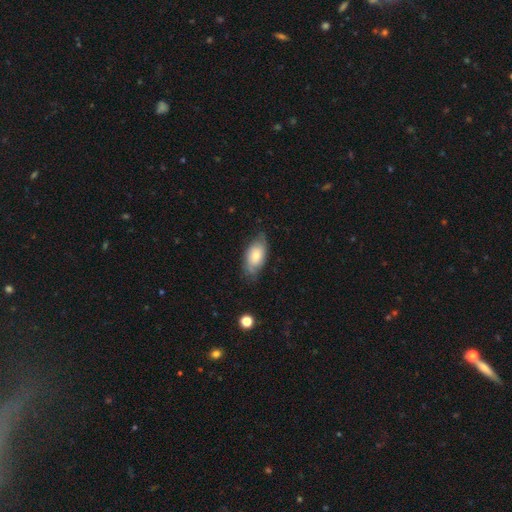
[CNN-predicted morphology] smooth-or-featured: smooth: 63% | featured or disk: 30% | star or artifact: 7%
  how-rounded: in between: 91% | cigar-shaped: 5% | round: 4%
  merging: none: 66% | minor disturbance: 26% | major disturbance: 6% | merger: 1%